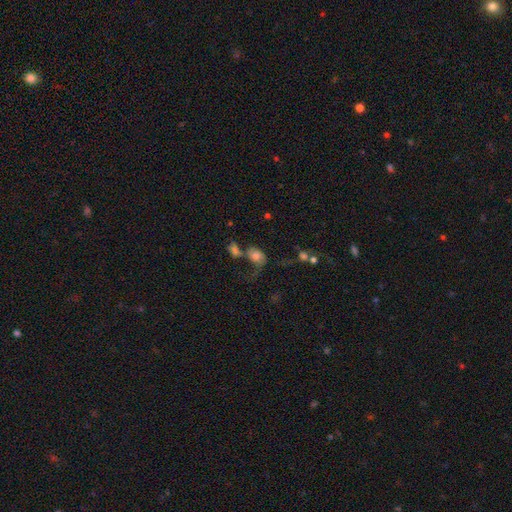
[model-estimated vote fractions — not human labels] Q: Smooth or featured?
A: smooth (65%); runner-up: featured or disk (22%)
Q: How rounded?
A: in between (68%); runner-up: round (30%)
Q: Merging?
A: merger (47%); runner-up: none (21%)